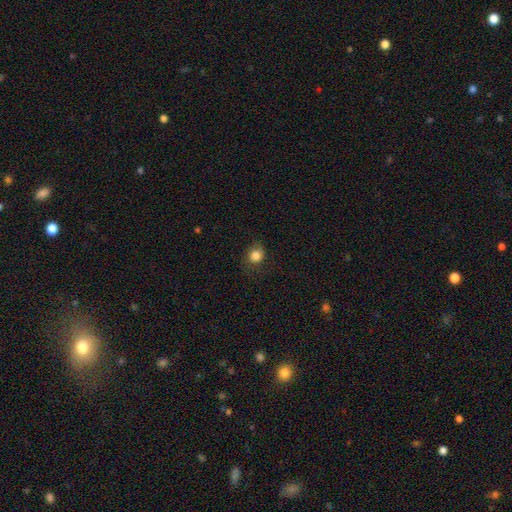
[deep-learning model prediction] Smooth or featured?
  - smooth: 83% *
  - star or artifact: 10%
  - featured or disk: 6%
How rounded?
  - round: 73% *
  - in between: 26%
  - cigar-shaped: 1%
Merging?
  - none: 73% *
  - minor disturbance: 18%
  - major disturbance: 8%
  - merger: 1%